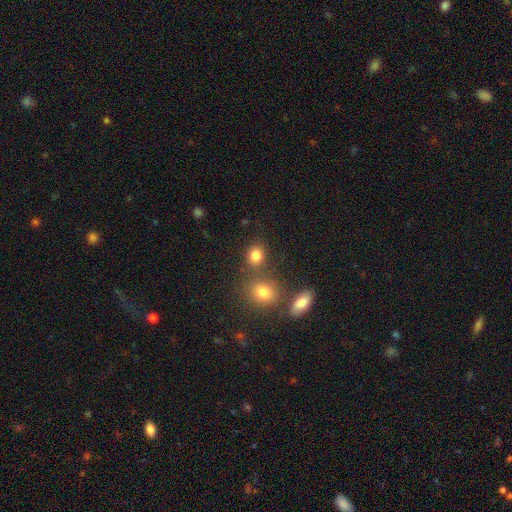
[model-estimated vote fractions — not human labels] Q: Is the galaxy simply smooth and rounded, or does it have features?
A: smooth — 81%.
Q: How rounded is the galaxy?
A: round — 65%.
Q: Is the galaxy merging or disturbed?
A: none — 70%.